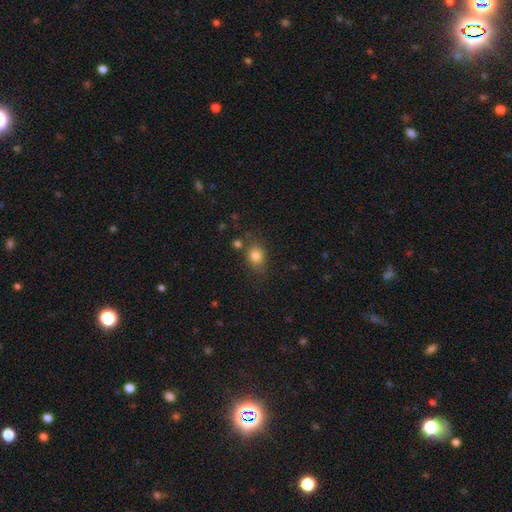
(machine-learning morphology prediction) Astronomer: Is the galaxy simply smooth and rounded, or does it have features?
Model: smooth — 82%.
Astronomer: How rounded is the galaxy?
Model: in between — 52% (runner-up: round, 47%).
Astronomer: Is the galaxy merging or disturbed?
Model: none — 71%.